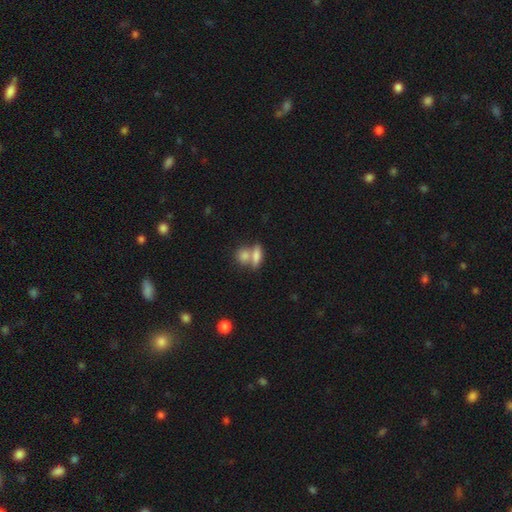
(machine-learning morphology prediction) Smooth or featured? Predicted: smooth (p=0.76). How rounded? Predicted: in between (p=0.67). Merging? Predicted: merger (p=0.52).